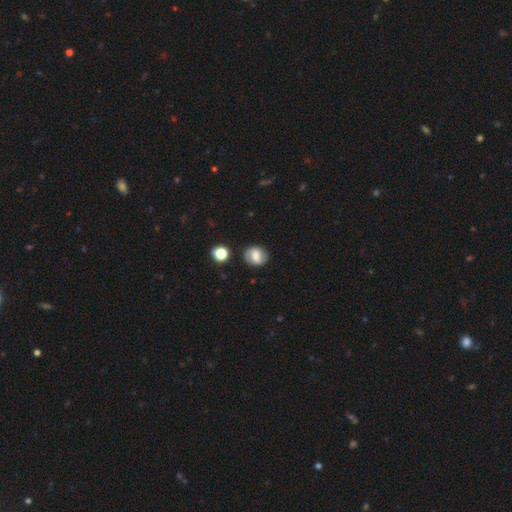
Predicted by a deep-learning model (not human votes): This is possibly a smooth galaxy (56%). How rounded: possibly round (57%). Merging: likely none (79%).